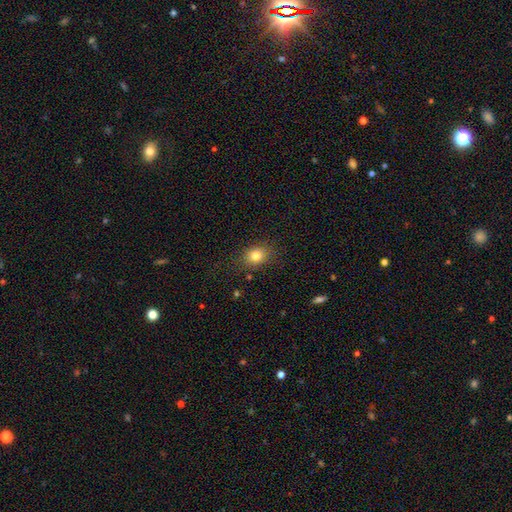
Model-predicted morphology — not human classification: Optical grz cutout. It shows a smooth galaxy with no disk features (82%) that is in between round and cigar-shaped (51%). Merging: none (80%).